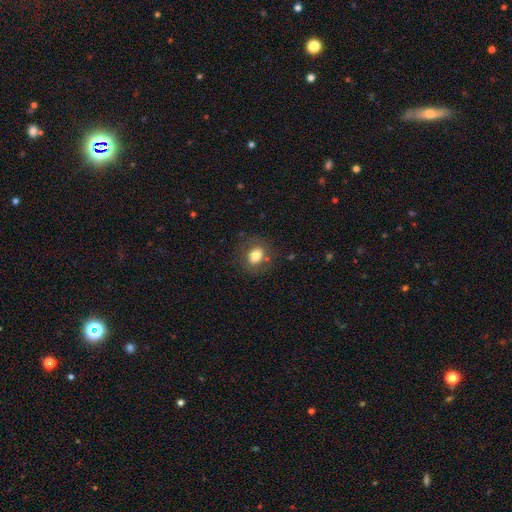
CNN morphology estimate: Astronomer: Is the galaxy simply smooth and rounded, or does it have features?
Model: smooth — 75%.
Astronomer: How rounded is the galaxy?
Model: in between — 51% (runner-up: round, 47%).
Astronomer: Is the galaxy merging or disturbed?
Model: none — 78%.